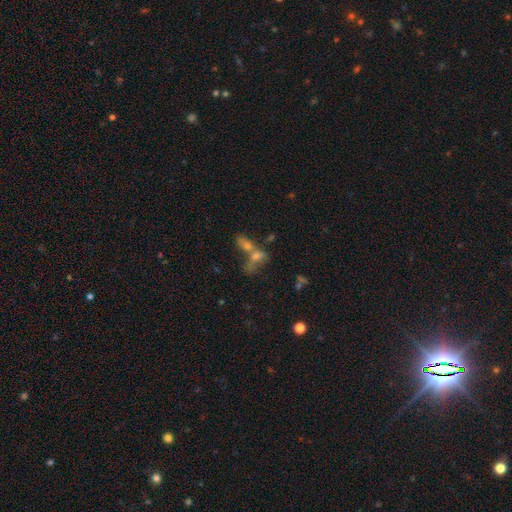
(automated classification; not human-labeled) Smooth or featured: smooth — 48% (featured or disk — 31%)
Merging: merger — 62% (none — 21%)